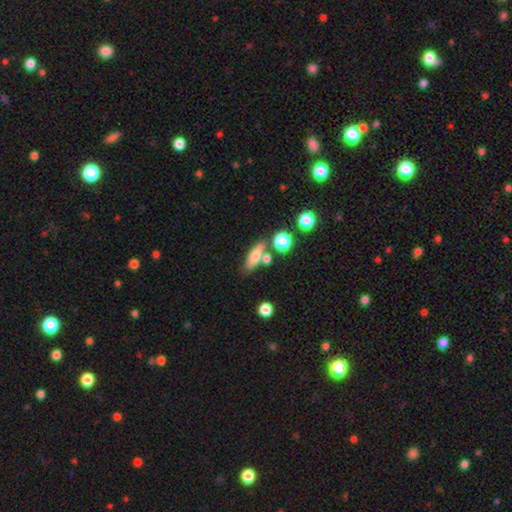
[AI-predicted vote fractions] smooth-or-featured: smooth: 73% | featured or disk: 17% | star or artifact: 10%
  how-rounded: in between: 56% | cigar-shaped: 36% | round: 8%
  merging: none: 61% | merger: 21% | minor disturbance: 13% | major disturbance: 5%